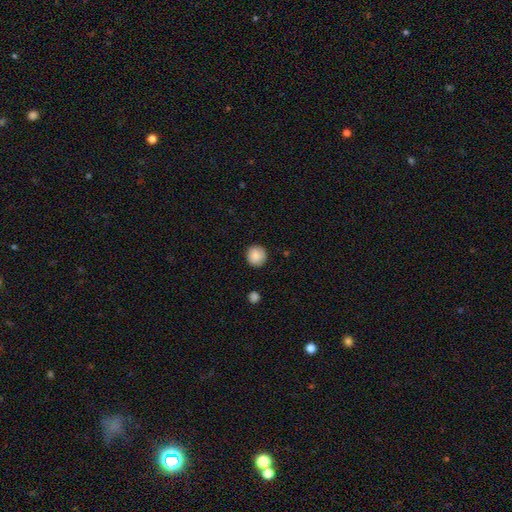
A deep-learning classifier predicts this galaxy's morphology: smooth-or-featured: smooth: 86% | star or artifact: 8% | featured or disk: 6%
  how-rounded: round: 93% | in between: 6% | cigar-shaped: 1%
  merging: none: 88% | minor disturbance: 9% | major disturbance: 2% | merger: 1%